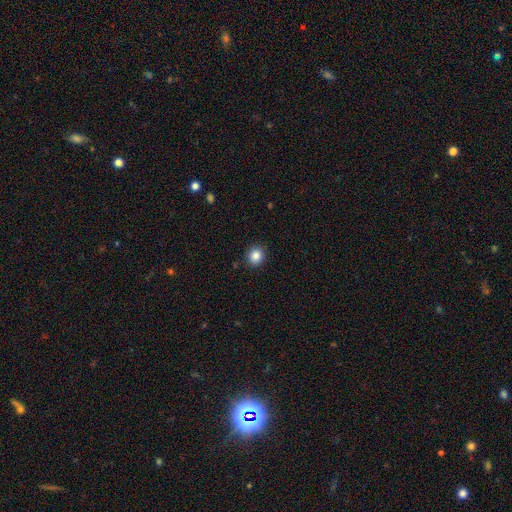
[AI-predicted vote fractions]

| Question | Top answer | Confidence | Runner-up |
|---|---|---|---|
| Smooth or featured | smooth | 85% | star or artifact (10%) |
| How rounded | round | 81% | in between (18%) |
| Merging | none | 90% | minor disturbance (7%) |